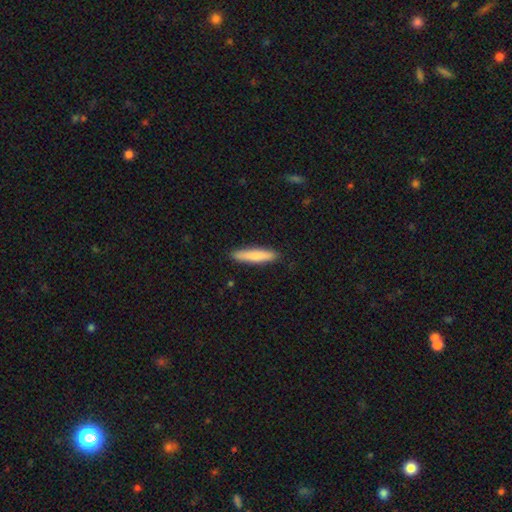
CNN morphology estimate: Smooth or featured?
  - smooth: 79% *
  - featured or disk: 15%
  - star or artifact: 5%
How rounded?
  - cigar-shaped: 89% *
  - in between: 10%
  - round: 1%
Merging?
  - none: 90% *
  - minor disturbance: 8%
  - major disturbance: 2%
  - merger: 1%